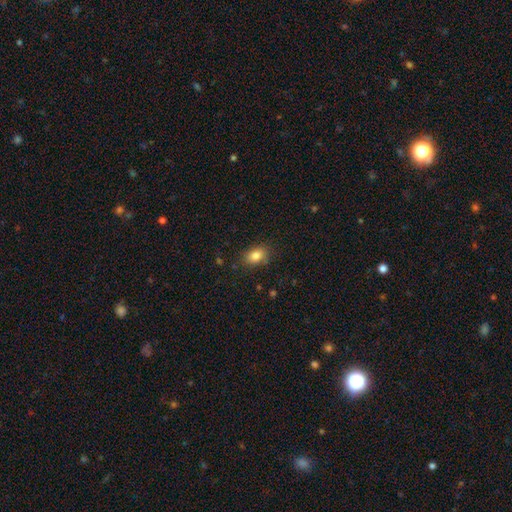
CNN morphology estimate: This appears to be a smooth galaxy with no disk features (84%) that is in between round and cigar-shaped (82%). Merging: none (83%).